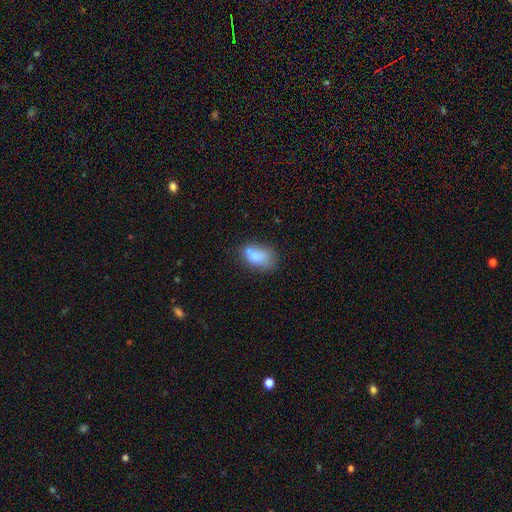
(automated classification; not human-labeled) This is likely a smooth galaxy (75%). How rounded: clearly in between (86%). Merging: marginally none (43%).